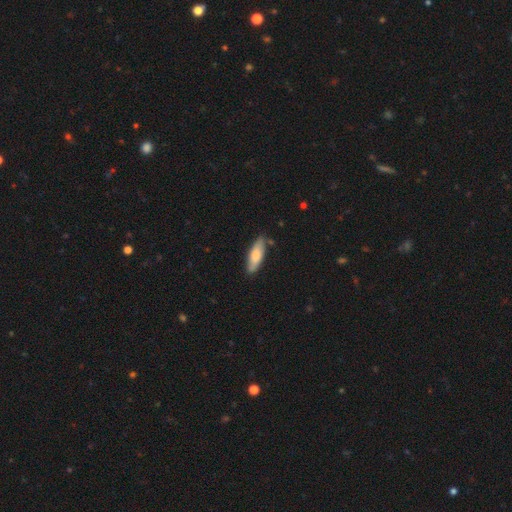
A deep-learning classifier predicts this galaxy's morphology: smooth-or-featured: smooth: 71% | featured or disk: 24% | star or artifact: 5%
  how-rounded: in between: 56% | cigar-shaped: 43% | round: 2%
  merging: none: 82% | minor disturbance: 13% | merger: 2% | major disturbance: 2%